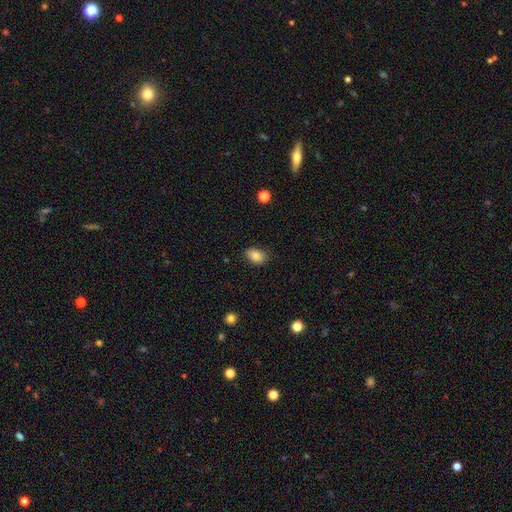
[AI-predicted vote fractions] This appears to be a smooth galaxy with no disk features (82%) that is in between round and cigar-shaped (84%). Merging: none (80%).